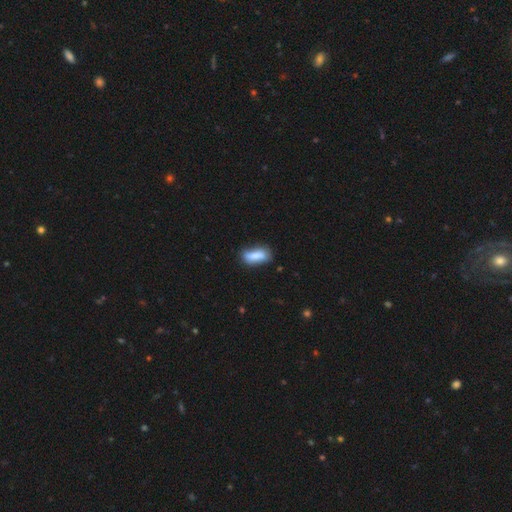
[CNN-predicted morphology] smooth_or_featured: smooth (p=0.79) [alt: featured or disk p=0.14]
how_rounded: in between (p=0.74) [alt: cigar-shaped p=0.22]
merging: none (p=0.63) [alt: minor disturbance p=0.26]